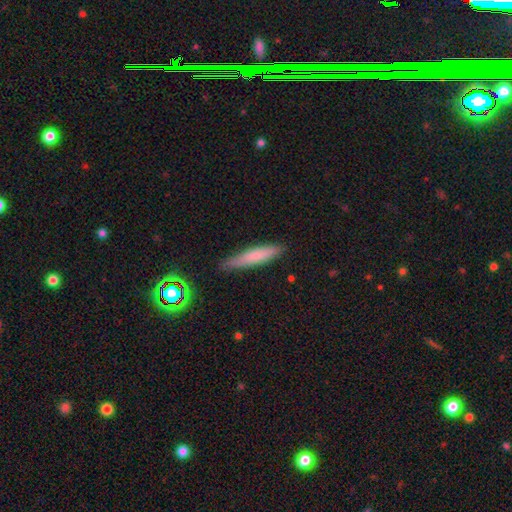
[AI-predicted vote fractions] smooth 73%, featured or disk 18%, star or artifact 9%. Down the decision tree: how rounded — cigar-shaped (88%); merging — none (82%).